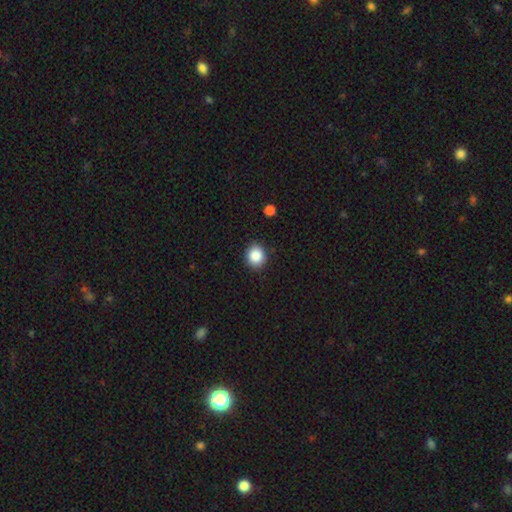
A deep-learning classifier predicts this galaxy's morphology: This is clearly a smooth galaxy (87%). How rounded: likely round (78%). Merging: clearly none (88%).